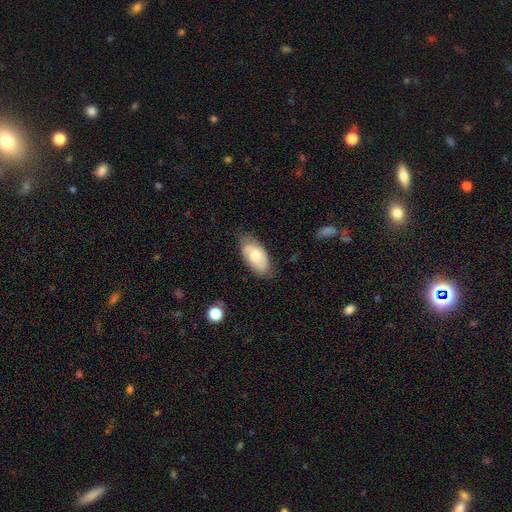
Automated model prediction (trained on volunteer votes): smooth_or_featured: smooth (p=0.62) [alt: featured or disk p=0.32]
how_rounded: in between (p=0.93) [alt: cigar-shaped p=0.03]
merging: none (p=0.72) [alt: minor disturbance p=0.22]